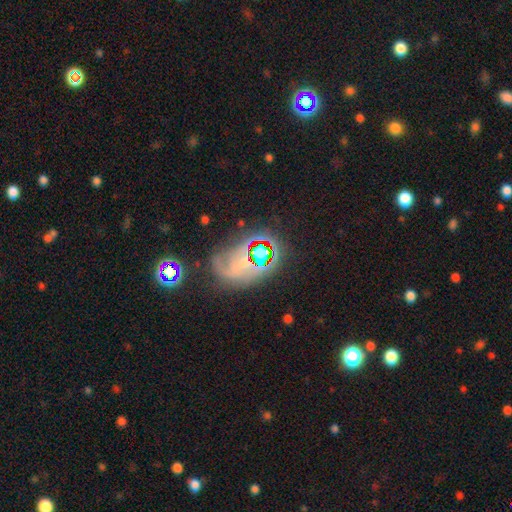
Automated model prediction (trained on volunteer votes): Q: Smooth or featured?
A: star or artifact (43%); runner-up: featured or disk (36%)